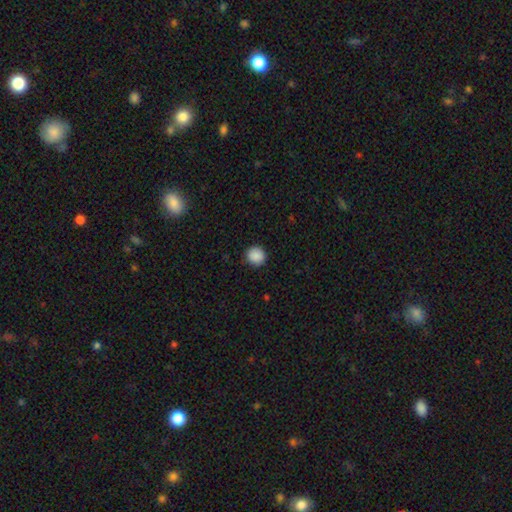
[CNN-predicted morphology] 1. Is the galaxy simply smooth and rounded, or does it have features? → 89% smooth, 9% star or artifact, 2% featured or disk.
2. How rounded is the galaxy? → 92% round, 7% in between, 1% cigar-shaped.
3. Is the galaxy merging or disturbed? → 91% none, 6% minor disturbance, 2% major disturbance, 1% merger.